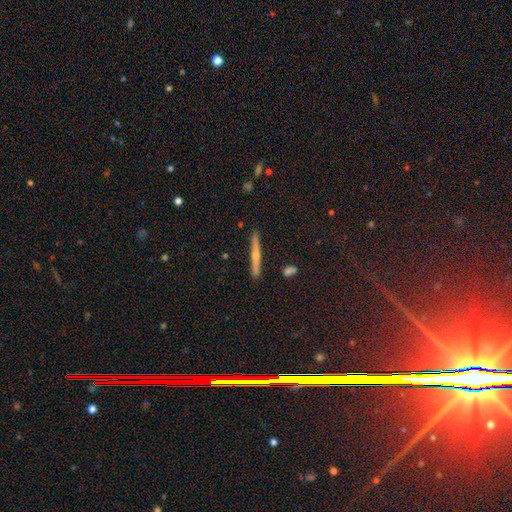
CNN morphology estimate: Overall: featured or disk (57%; smooth 34%). Edge-on disk: yes (97%). Edge-on bulge: rounded (74%). Merging: none (89%).